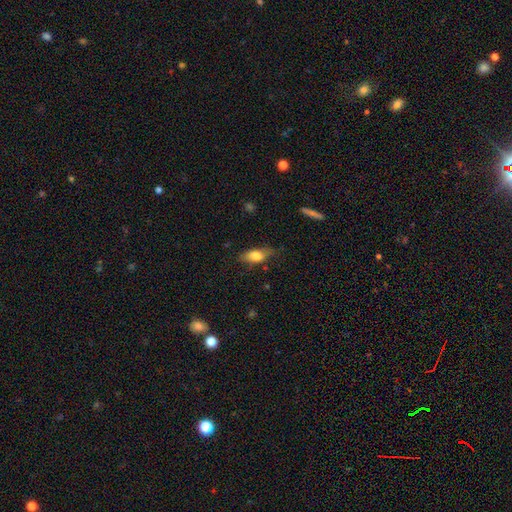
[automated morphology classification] Overall: smooth (75%). How rounded: in between (79%). Merging: none (65%; minor disturbance 26%).